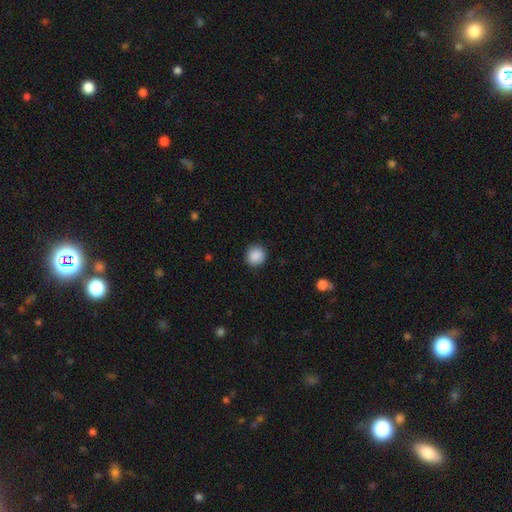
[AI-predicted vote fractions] A smooth galaxy with no disk features (89%) that is round (93%). Merging: none (91%).